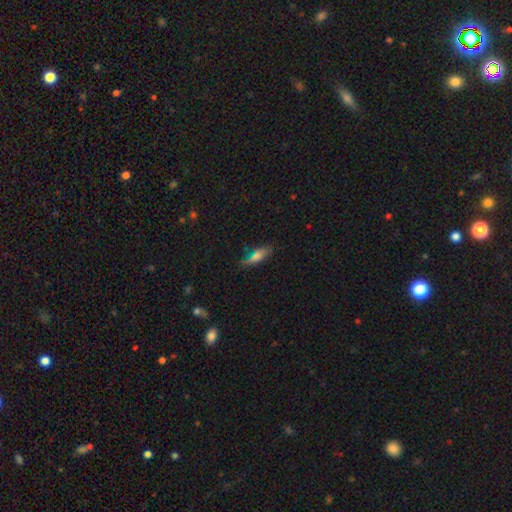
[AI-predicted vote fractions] Smooth or featured: smooth — 60% (featured or disk — 29%)
How rounded: cigar-shaped — 49% (in between — 47%)
Merging: none — 59% (minor disturbance — 27%)